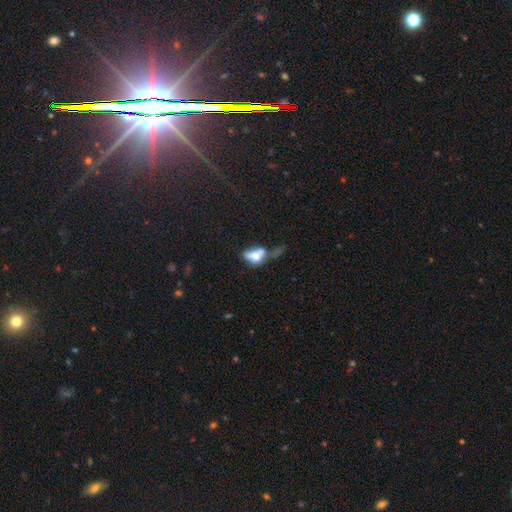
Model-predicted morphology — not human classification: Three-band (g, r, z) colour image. It shows a smooth galaxy with no disk features (59%) that is in between round and cigar-shaped (71%). Merging: merger (46%).